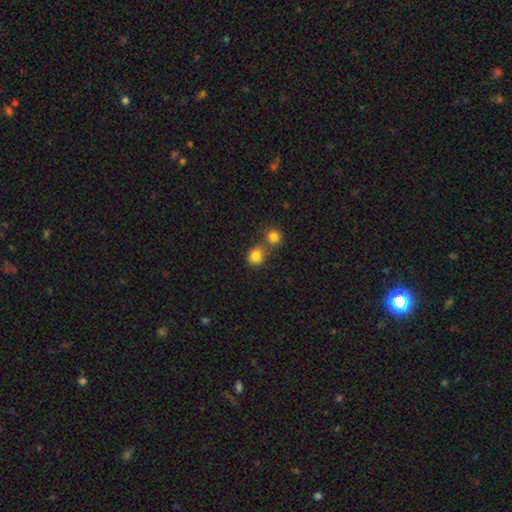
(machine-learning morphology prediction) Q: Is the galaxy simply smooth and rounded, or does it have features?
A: smooth — 82%.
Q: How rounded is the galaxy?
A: round — 77%.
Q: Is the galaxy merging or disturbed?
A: none — 49%.